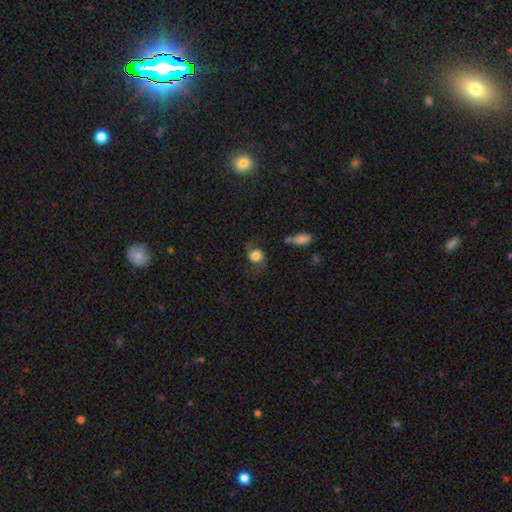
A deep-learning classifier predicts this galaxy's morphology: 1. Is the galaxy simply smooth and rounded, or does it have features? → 48% smooth, 42% featured or disk, 10% star or artifact.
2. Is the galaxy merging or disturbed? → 57% none, 22% minor disturbance, 17% major disturbance, 4% merger.